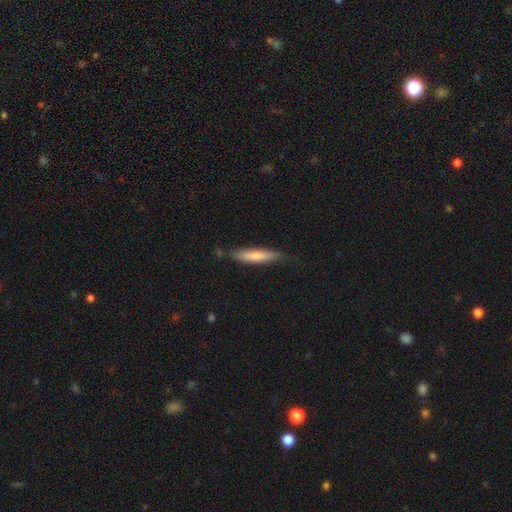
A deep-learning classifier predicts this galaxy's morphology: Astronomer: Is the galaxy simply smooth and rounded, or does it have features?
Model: smooth — 71%.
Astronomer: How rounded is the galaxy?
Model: cigar-shaped — 85%.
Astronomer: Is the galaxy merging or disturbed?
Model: none — 75%.